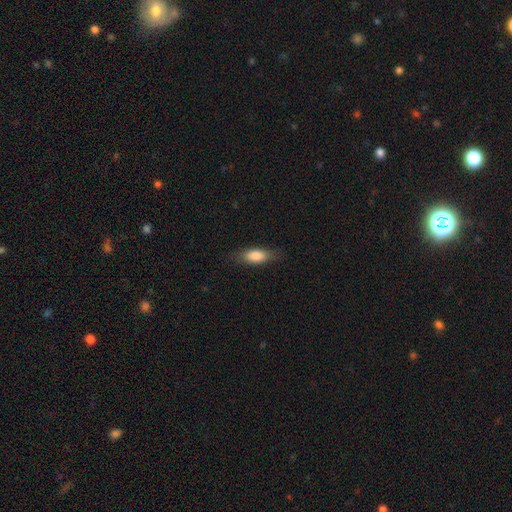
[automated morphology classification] A smooth galaxy with no disk features (81%) that is in between round and cigar-shaped (69%). Merging: none (79%).